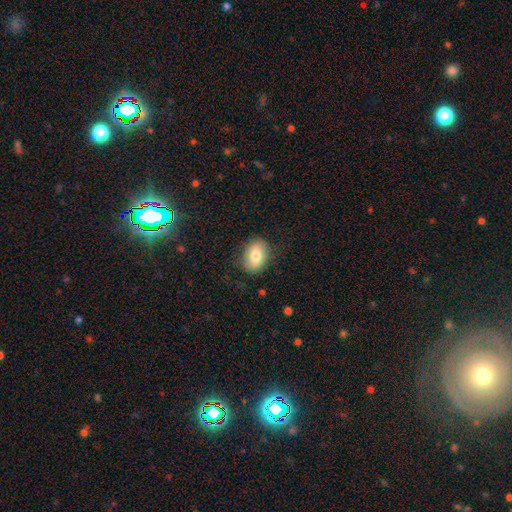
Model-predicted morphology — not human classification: smooth_or_featured: smooth (p=0.77) [alt: featured or disk p=0.16]
how_rounded: in between (p=0.77) [alt: round p=0.22]
merging: none (p=0.82) [alt: minor disturbance p=0.13]